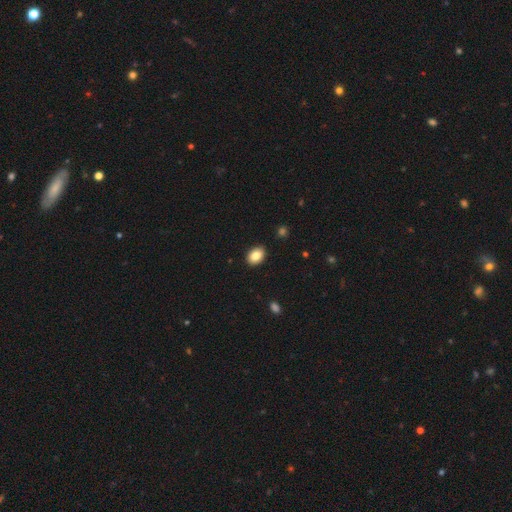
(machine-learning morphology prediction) Smooth or featured: smooth — 85% (star or artifact — 8%)
How rounded: in between — 81% (round — 18%)
Merging: none — 89% (minor disturbance — 9%)